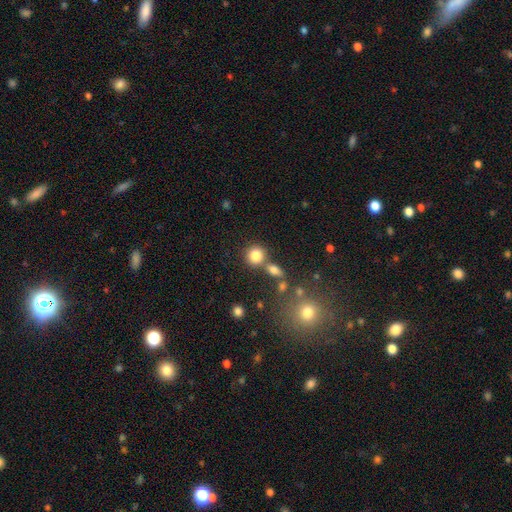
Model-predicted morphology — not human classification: Smooth or featured: smooth — 81% (star or artifact — 11%)
How rounded: round — 86% (in between — 12%)
Merging: none — 65% (merger — 21%)